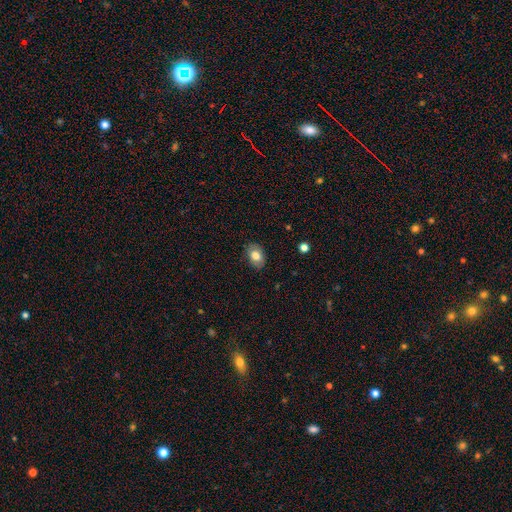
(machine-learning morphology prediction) smooth_or_featured: smooth (p=0.74) [alt: featured or disk p=0.18]
how_rounded: in between (p=0.83) [alt: round p=0.16]
merging: none (p=0.83) [alt: minor disturbance p=0.13]